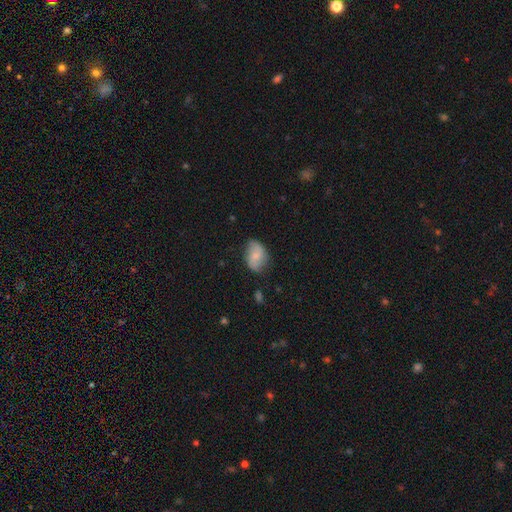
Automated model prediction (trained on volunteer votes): Smooth or featured? Predicted: smooth (p=0.56). How rounded? Predicted: in between (p=0.80). Merging? Predicted: none (p=0.66).